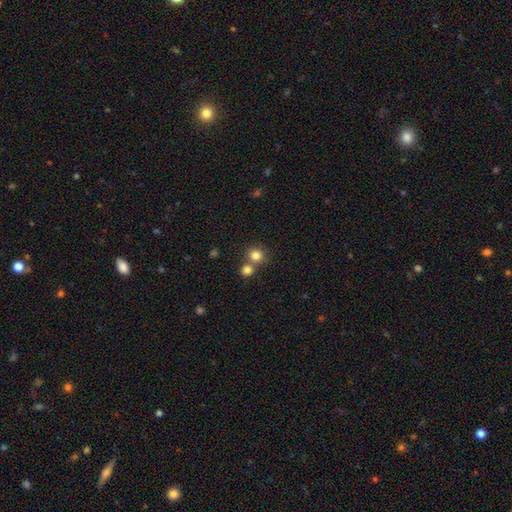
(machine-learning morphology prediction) smooth_or_featured: smooth (p=0.81) [alt: star or artifact p=0.12]
how_rounded: round (p=0.89) [alt: in between p=0.10]
merging: none (p=0.58) [alt: merger p=0.32]